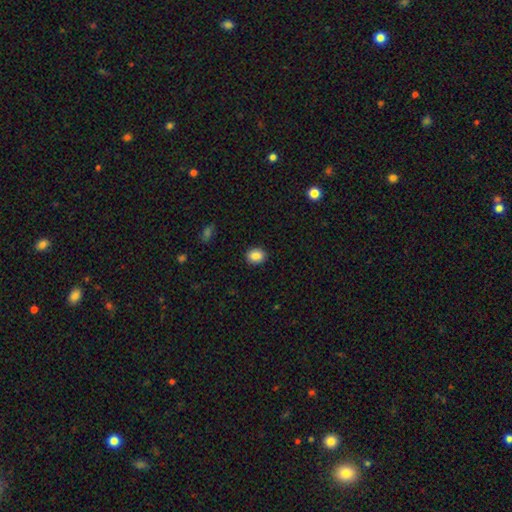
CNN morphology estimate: Smooth or featured?
  - smooth: 86% *
  - star or artifact: 9%
  - featured or disk: 5%
How rounded?
  - round: 55% *
  - in between: 44%
  - cigar-shaped: 1%
Merging?
  - none: 90% *
  - minor disturbance: 7%
  - major disturbance: 2%
  - merger: 1%